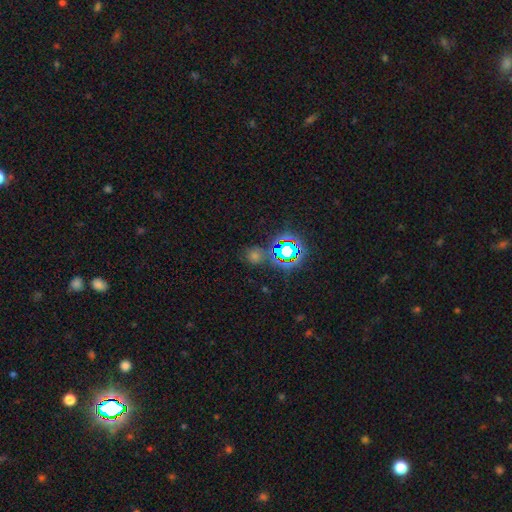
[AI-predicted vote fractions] Overall: star or artifact (67%).